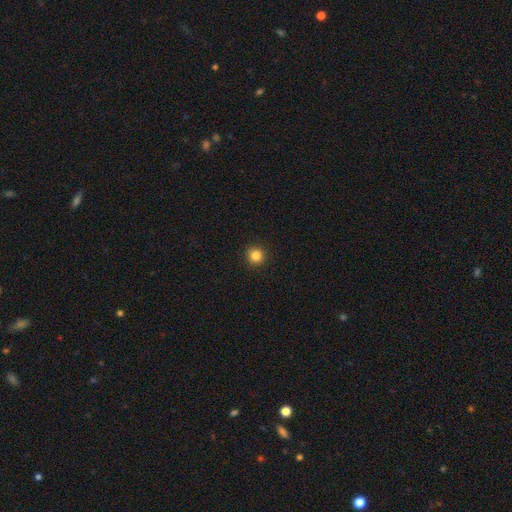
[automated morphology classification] Smooth or featured?
  - smooth: 84% *
  - star or artifact: 12%
  - featured or disk: 4%
How rounded?
  - round: 95% *
  - in between: 4%
  - cigar-shaped: 1%
Merging?
  - none: 93% *
  - minor disturbance: 4%
  - major disturbance: 2%
  - merger: 1%